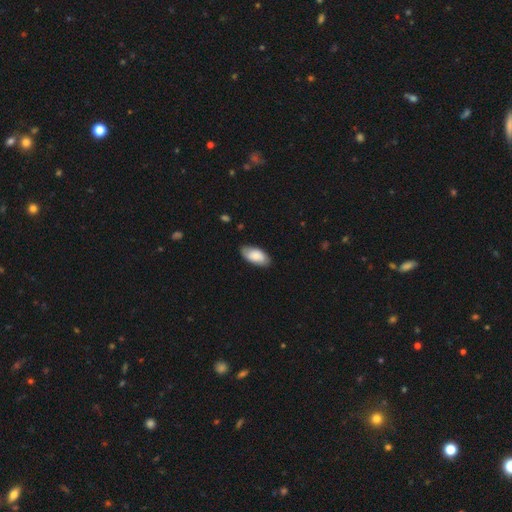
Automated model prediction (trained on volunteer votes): Smooth or featured: smooth — 83% (featured or disk — 12%)
How rounded: in between — 94% (cigar-shaped — 4%)
Merging: none — 82% (minor disturbance — 14%)